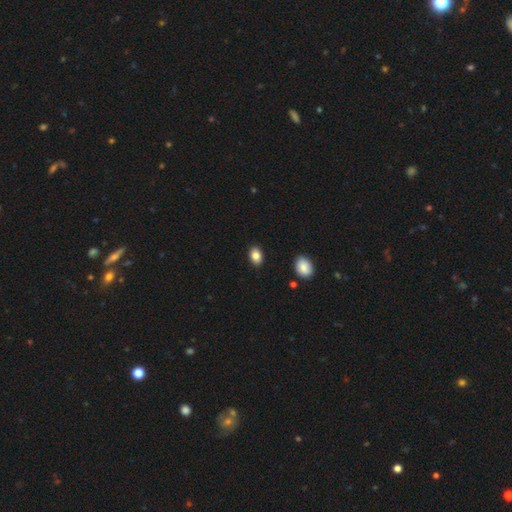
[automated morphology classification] Smooth or featured: smooth — 85% (star or artifact — 8%)
How rounded: in between — 85% (round — 14%)
Merging: none — 89% (minor disturbance — 8%)